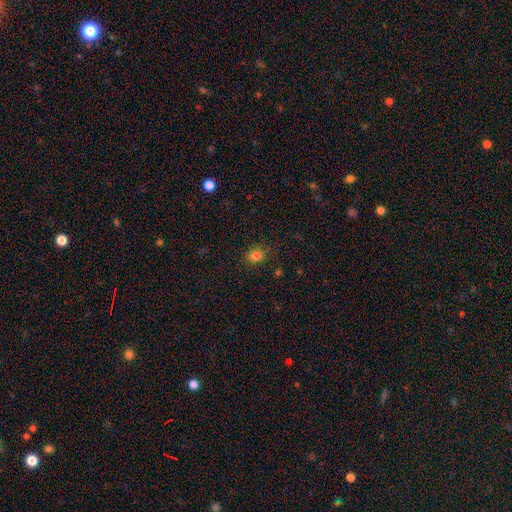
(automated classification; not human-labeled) smooth_or_featured: smooth (p=0.81) [alt: star or artifact p=0.14]
how_rounded: round (p=0.63) [alt: in between p=0.36]
merging: none (p=0.82) [alt: minor disturbance p=0.13]